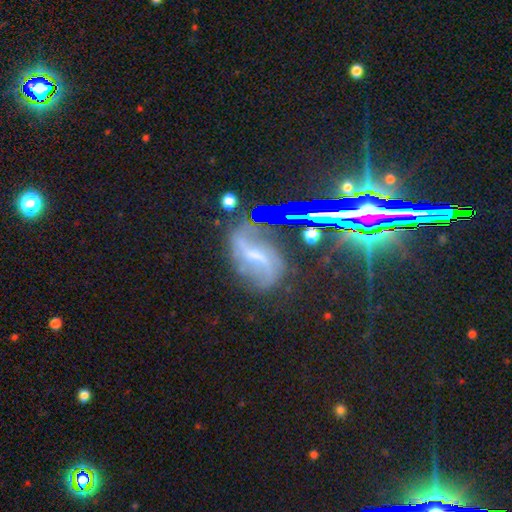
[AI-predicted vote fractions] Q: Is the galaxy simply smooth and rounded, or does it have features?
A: featured or disk — 67%.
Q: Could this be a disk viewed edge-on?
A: no — 94%.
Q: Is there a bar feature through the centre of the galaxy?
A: weak — 44%.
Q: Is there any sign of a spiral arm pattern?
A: yes — 89%.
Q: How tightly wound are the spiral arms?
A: loose — 54%.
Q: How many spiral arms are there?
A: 2 — 67%.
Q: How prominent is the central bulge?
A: small — 45%.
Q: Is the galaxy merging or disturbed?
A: none — 56%.